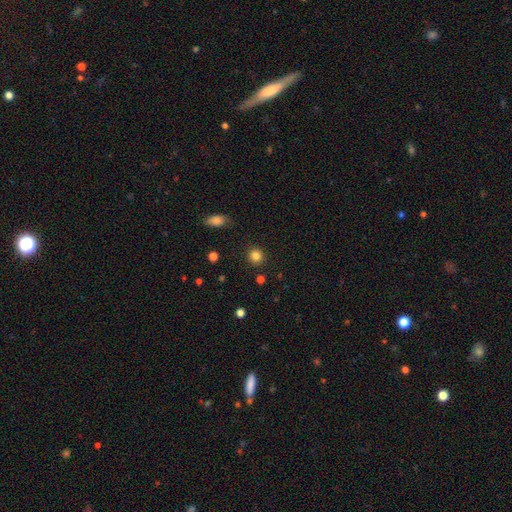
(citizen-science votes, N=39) A smooth galaxy with no disk features (97%) that is round (92%). Merging: none (95%).